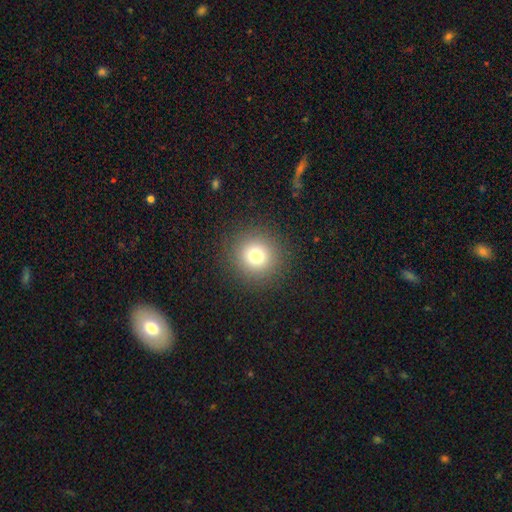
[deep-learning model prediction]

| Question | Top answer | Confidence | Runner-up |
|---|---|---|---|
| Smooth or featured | smooth | 76% | star or artifact (15%) |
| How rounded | round | 94% | in between (5%) |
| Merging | none | 90% | minor disturbance (6%) |